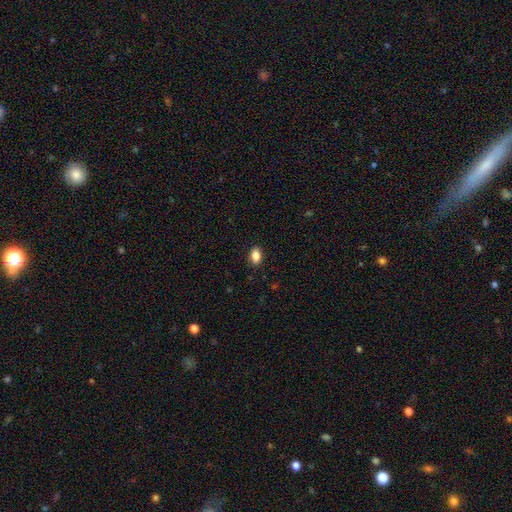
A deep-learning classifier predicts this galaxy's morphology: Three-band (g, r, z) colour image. It shows a smooth galaxy with no disk features (86%) that is in between round and cigar-shaped (88%). Merging: none (89%).